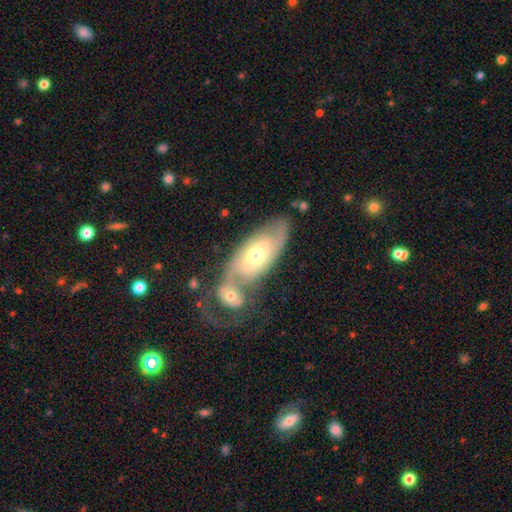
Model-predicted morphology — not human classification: Q: Smooth or featured?
A: featured or disk (55%); runner-up: smooth (39%)
Q: Edge-on disk?
A: no (87%); runner-up: yes (13%)
Q: Merging?
A: merger (51%); runner-up: none (31%)